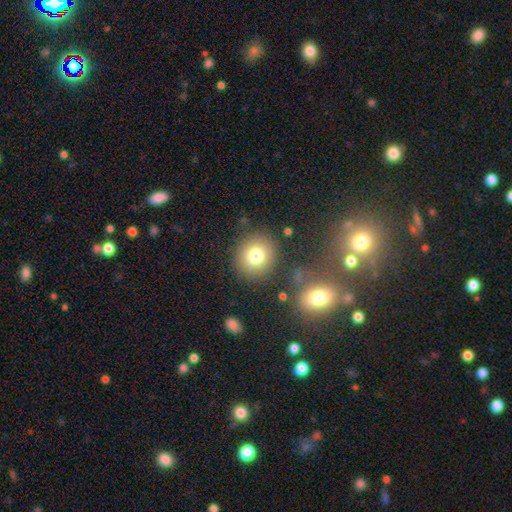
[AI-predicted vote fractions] Smooth or featured? smooth (78%)
How rounded? round (85%)
Merging? none (84%)